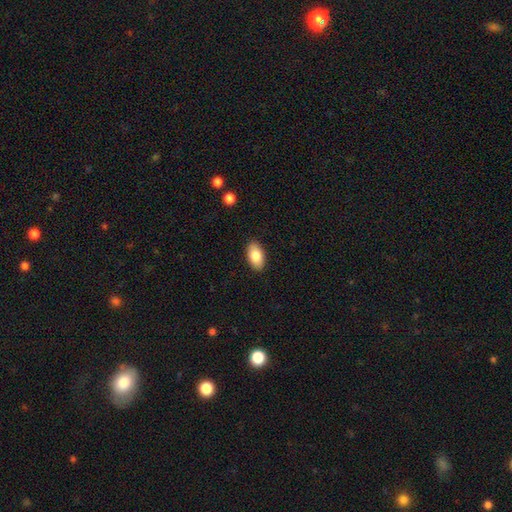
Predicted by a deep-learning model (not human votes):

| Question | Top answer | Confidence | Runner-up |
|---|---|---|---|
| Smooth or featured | smooth | 82% | featured or disk (11%) |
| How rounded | in between | 94% | round (5%) |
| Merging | none | 89% | minor disturbance (8%) |